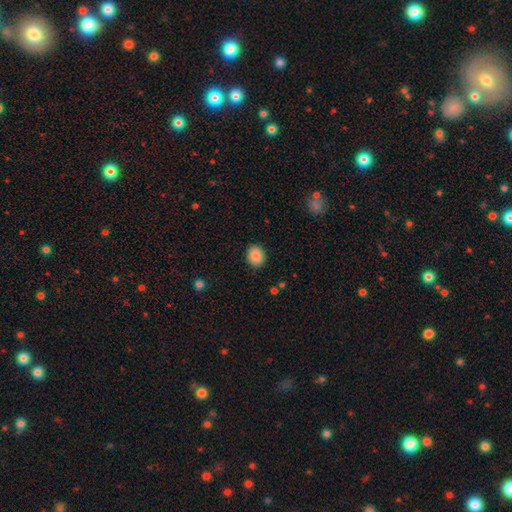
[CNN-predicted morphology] A smooth galaxy with no disk features (88%) that is round (56%). Merging: none (89%).